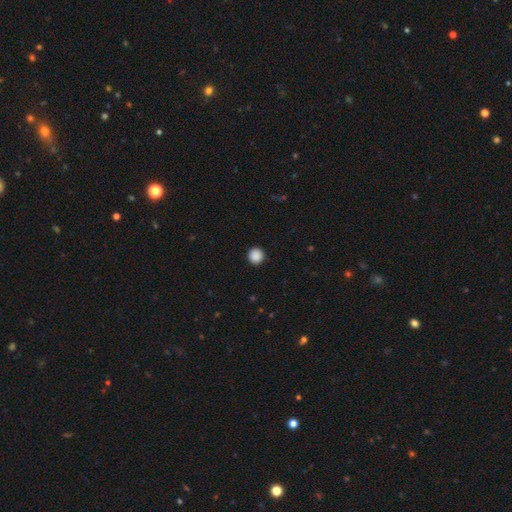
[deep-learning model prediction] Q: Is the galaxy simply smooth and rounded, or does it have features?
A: smooth — 89%.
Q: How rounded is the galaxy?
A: round — 92%.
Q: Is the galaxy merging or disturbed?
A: none — 93%.